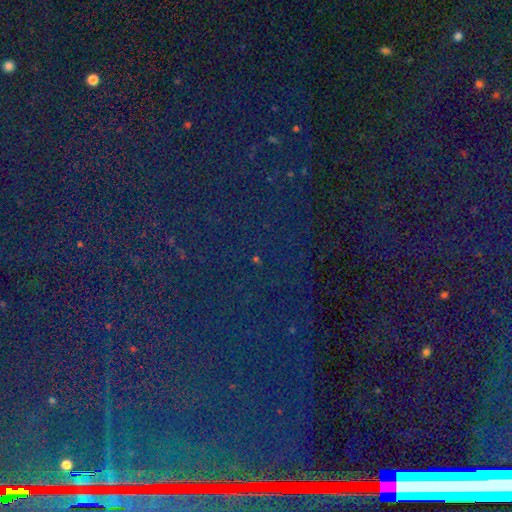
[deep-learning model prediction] smooth_or_featured: star or artifact (p=0.83) [alt: smooth p=0.09]